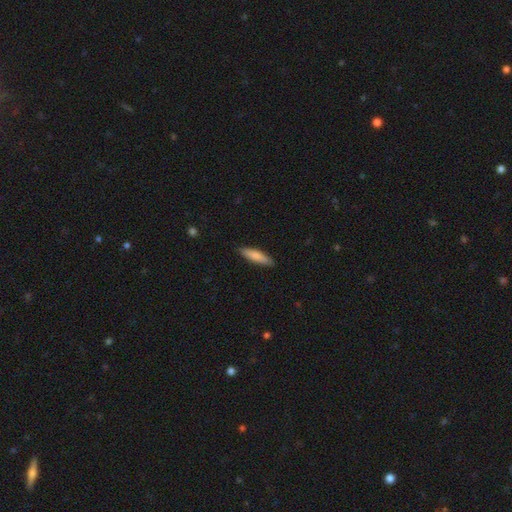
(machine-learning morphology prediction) Overall: smooth (80%). How rounded: cigar-shaped (78%). Merging: none (89%).